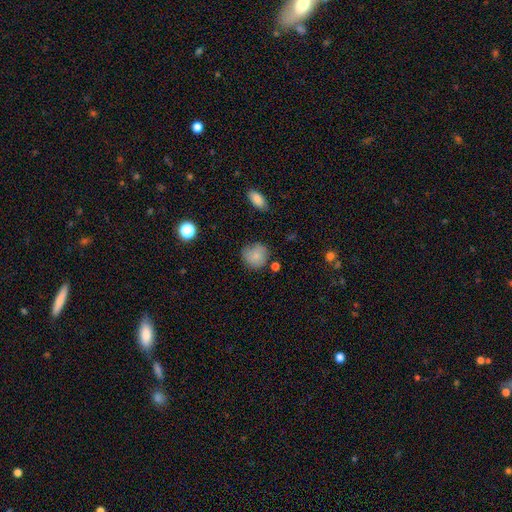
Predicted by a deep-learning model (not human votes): This appears to be a smooth galaxy with no disk features (83%) that is round (87%). Merging: none (72%).